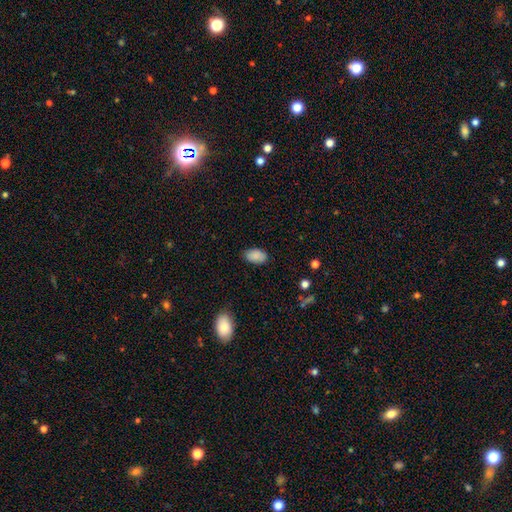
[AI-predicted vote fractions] Q: Smooth or featured?
A: smooth (88%); runner-up: star or artifact (7%)
Q: How rounded?
A: in between (93%); runner-up: round (6%)
Q: Merging?
A: none (83%); runner-up: minor disturbance (13%)